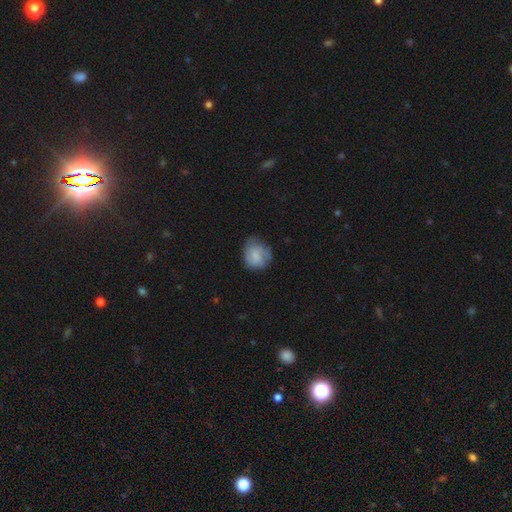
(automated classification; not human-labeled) smooth 61%, featured or disk 31%, star or artifact 8%. Down the decision tree: how rounded — round (71%); merging — none (64%).